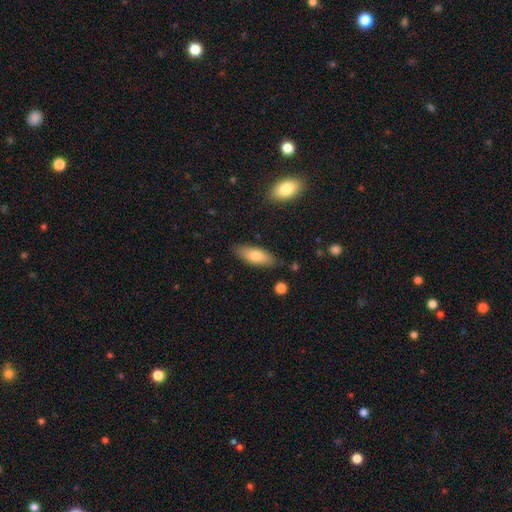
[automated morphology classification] Smooth or featured? Predicted: smooth (p=0.74). How rounded? Predicted: in between (p=0.68). Merging? Predicted: none (p=0.82).